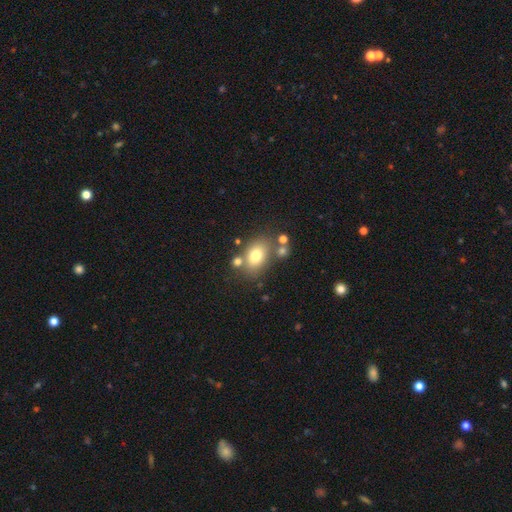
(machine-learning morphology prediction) A smooth galaxy with no disk features (75%) that is in between round and cigar-shaped (78%). Merging: none (67%).